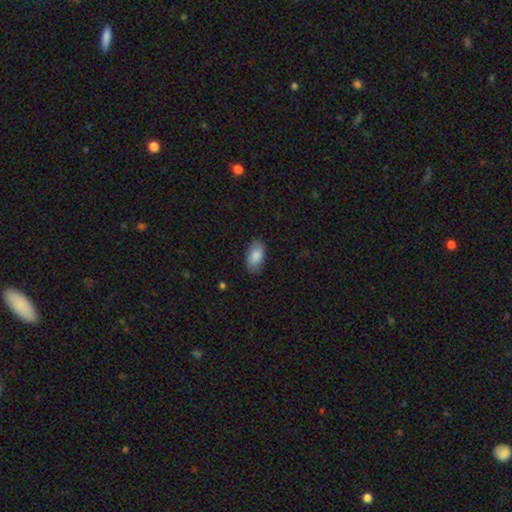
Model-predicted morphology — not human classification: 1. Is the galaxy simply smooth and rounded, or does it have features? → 88% smooth, 6% star or artifact, 6% featured or disk.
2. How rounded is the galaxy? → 93% in between, 3% round, 3% cigar-shaped.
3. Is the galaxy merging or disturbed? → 83% none, 13% minor disturbance, 3% major disturbance, 1% merger.